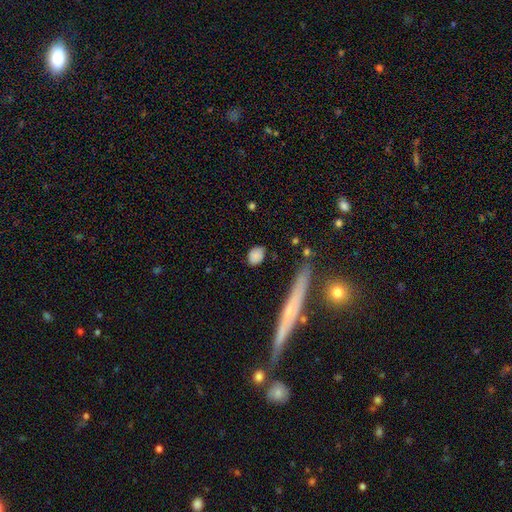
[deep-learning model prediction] Smooth or featured? Predicted: smooth (p=0.83). How rounded? Predicted: in between (p=0.53). Merging? Predicted: none (p=0.79).